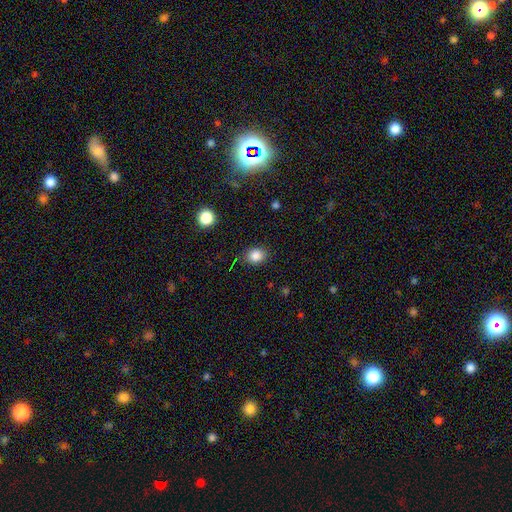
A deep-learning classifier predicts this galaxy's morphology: Q: Smooth or featured?
A: smooth (85%); runner-up: star or artifact (10%)
Q: How rounded?
A: round (51%); runner-up: in between (48%)
Q: Merging?
A: none (84%); runner-up: minor disturbance (11%)